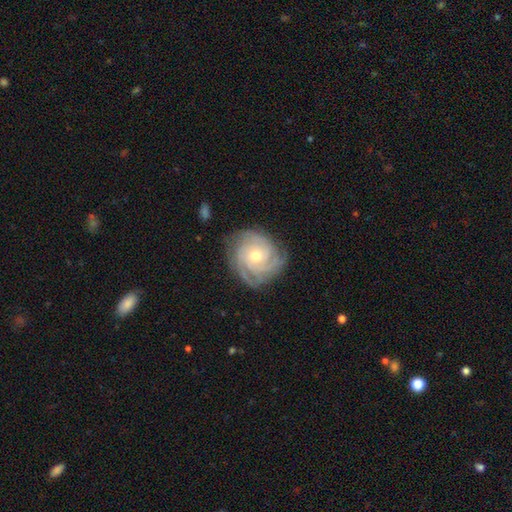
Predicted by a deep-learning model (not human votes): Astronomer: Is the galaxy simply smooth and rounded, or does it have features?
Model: featured or disk — 86%.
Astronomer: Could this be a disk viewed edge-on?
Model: no — 98%.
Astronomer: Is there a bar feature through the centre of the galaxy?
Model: no — 75%.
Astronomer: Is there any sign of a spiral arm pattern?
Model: yes — 97%.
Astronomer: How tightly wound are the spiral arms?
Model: tight — 76%.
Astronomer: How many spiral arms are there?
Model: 3 — 32% (runner-up: can't tell, 22%).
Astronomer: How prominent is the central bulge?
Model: moderate — 60% (runner-up: small, 36%).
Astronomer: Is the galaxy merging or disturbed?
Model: none — 79%.